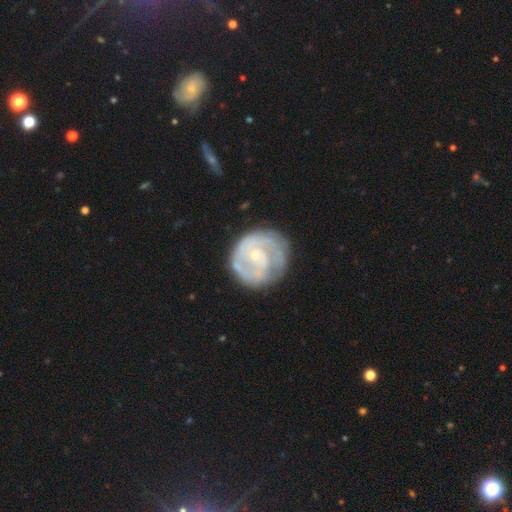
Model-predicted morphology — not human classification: Smooth or featured: featured or disk — 77% (smooth — 17%)
Edge-on disk: no — 98% (yes — 2%)
Bar: no — 70% (weak — 25%)
Spiral arms: yes — 84% (no — 16%)
Spiral winding: tight — 61% (medium — 28%)
Spiral arm count: 2 — 38% (can't tell — 32%)
Bulge size: small — 77% (moderate — 18%)
Merging: none — 69% (minor disturbance — 19%)